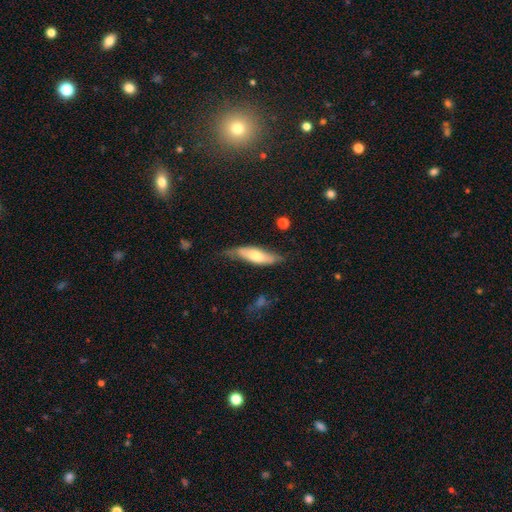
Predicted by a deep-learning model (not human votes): A smooth galaxy with no disk features (59%) that is cigar-shaped (52%). Merging: none (57%).